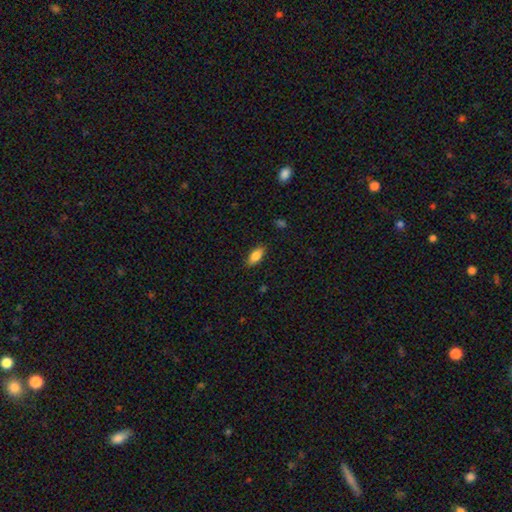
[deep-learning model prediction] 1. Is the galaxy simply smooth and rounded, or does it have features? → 84% smooth, 9% featured or disk, 7% star or artifact.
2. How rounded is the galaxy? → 85% in between, 12% cigar-shaped, 3% round.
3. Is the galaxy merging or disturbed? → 86% none, 11% minor disturbance, 2% major disturbance, 1% merger.